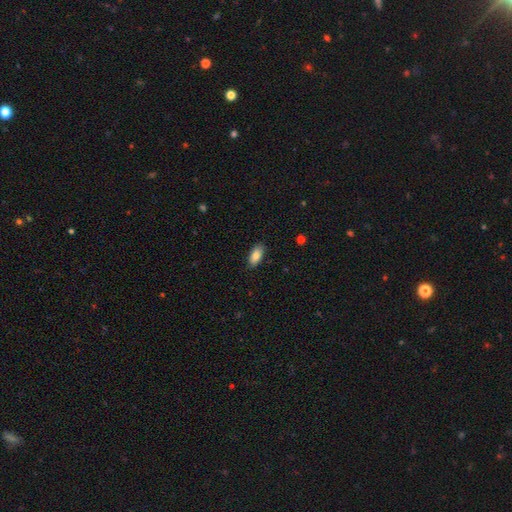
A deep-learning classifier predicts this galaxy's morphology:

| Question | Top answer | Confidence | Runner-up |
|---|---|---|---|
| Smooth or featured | smooth | 85% | featured or disk (8%) |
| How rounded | in between | 89% | cigar-shaped (9%) |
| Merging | none | 87% | minor disturbance (10%) |